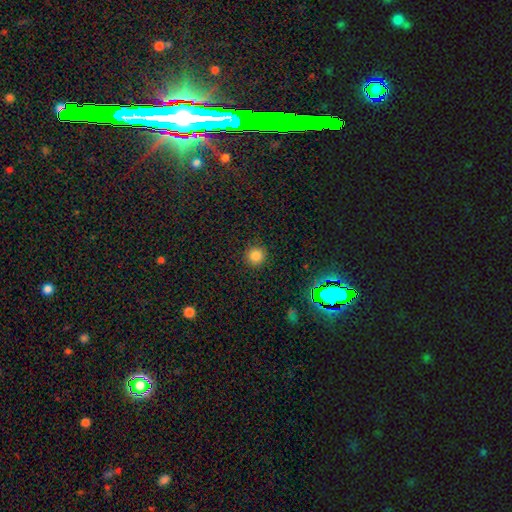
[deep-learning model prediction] This appears to be a smooth galaxy with no disk features (82%) that is round (95%). Merging: none (91%).